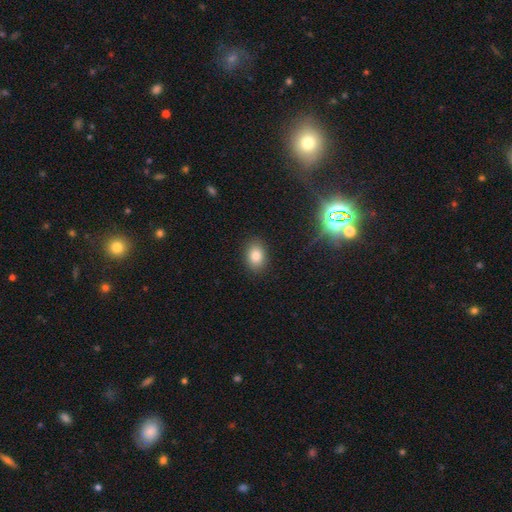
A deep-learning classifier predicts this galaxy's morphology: A smooth galaxy with no disk features (82%) that is in between round and cigar-shaped (74%).

Vote fractions:
- Smooth or featured? smooth: 82% / star or artifact: 11% / featured or disk: 7%
- How rounded? in between: 74% / round: 25% / cigar-shaped: 1%
- Merging? none: 87% / minor disturbance: 9% / major disturbance: 3% / merger: 1%